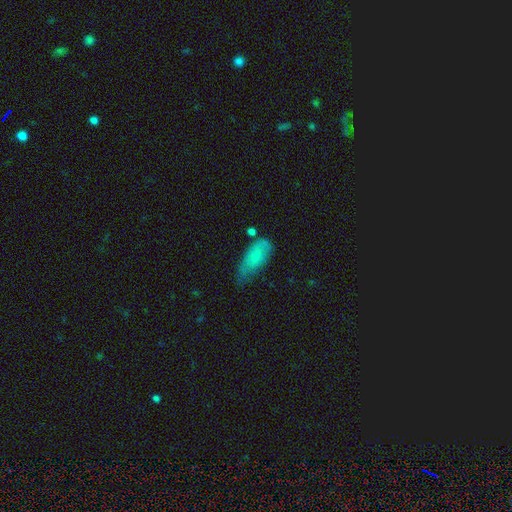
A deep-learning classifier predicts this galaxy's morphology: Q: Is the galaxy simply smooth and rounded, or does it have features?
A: smooth — 72%.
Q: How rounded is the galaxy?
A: in between — 82%.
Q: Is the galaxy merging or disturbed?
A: minor disturbance — 43%.